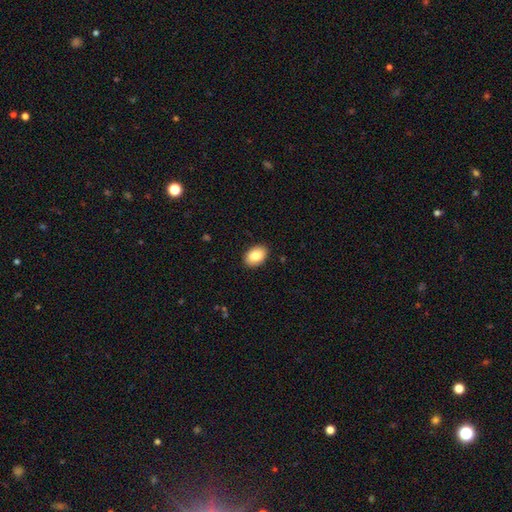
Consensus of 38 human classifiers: Smooth or featured?
  - smooth: 87% *
  - featured or disk: 8%
  - star or artifact: 5%
How rounded?
  - in between: 79% *
  - round: 21%
  - cigar-shaped: 0%
Merging?
  - none: 89% *
  - minor disturbance: 6%
  - major disturbance: 6%
  - merger: 0%